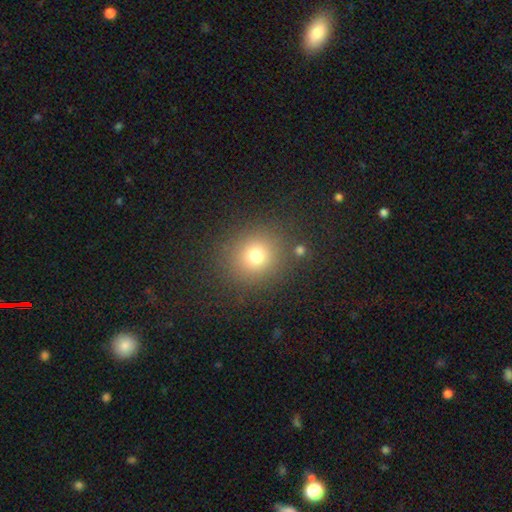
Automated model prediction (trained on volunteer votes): This appears to be a smooth galaxy with no disk features (75%) that is round (86%). Merging: none (85%).